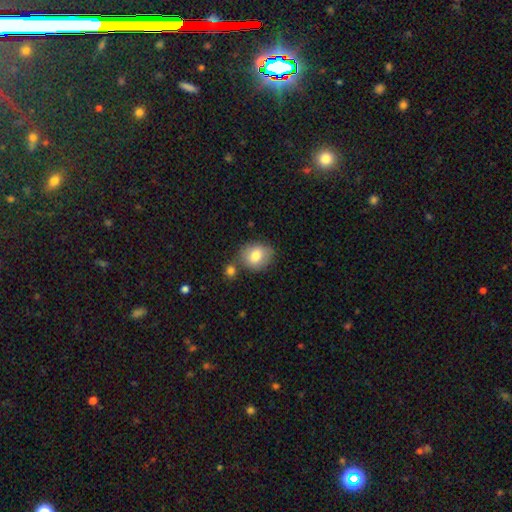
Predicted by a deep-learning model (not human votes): This appears to be a smooth galaxy with no disk features (79%) that is round (63%). Merging: none (67%).